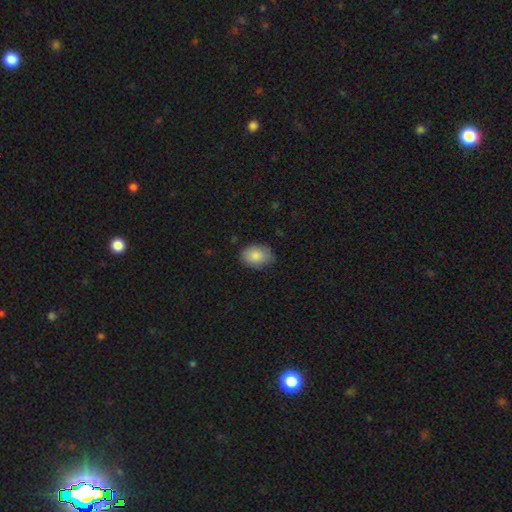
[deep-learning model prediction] Smooth or featured: smooth — 86% (star or artifact — 7%)
How rounded: in between — 79% (round — 20%)
Merging: none — 75% (minor disturbance — 20%)